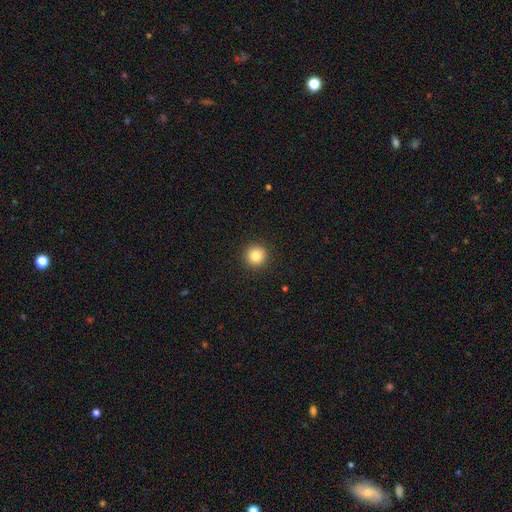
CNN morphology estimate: A smooth galaxy with no disk features (84%) that is round (95%).

Vote fractions:
- Smooth or featured? smooth: 84% / star or artifact: 10% / featured or disk: 6%
- How rounded? round: 95% / in between: 4% / cigar-shaped: 1%
- Merging? none: 92% / minor disturbance: 5% / major disturbance: 2% / merger: 1%